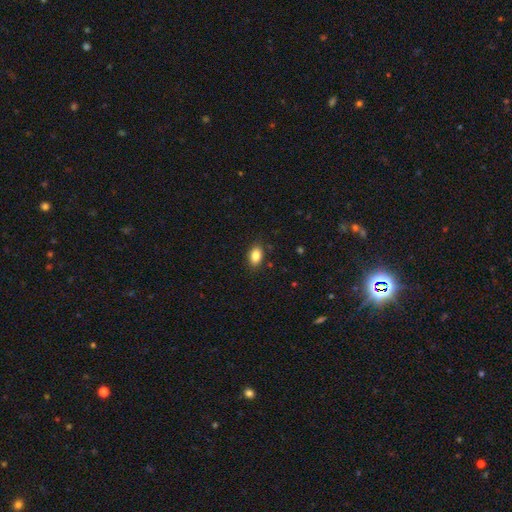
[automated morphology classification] smooth 86%, star or artifact 8%, featured or disk 6%. Down the decision tree: how rounded — in between (87%); merging — none (86%).